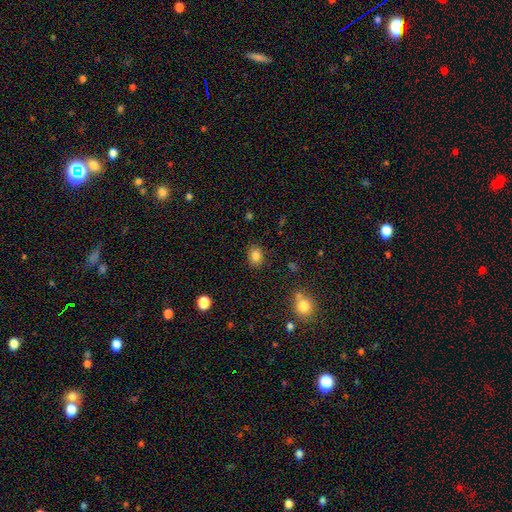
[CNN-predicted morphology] Smooth or featured? Predicted: smooth (p=0.83). How rounded? Predicted: in between (p=0.50). Merging? Predicted: none (p=0.85).